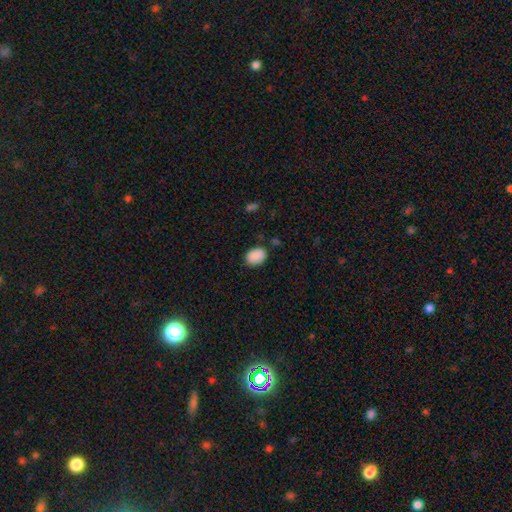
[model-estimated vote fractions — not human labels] Morphology: type=smooth (90%); roundness=in between (78%); merging=none (80%).